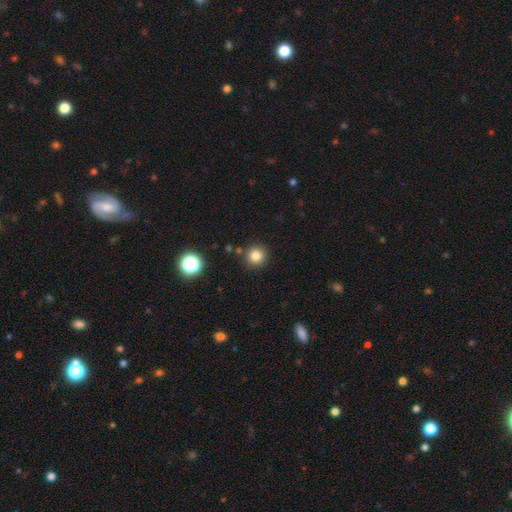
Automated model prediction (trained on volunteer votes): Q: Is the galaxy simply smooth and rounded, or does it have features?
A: smooth — 82%.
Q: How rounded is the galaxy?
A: round — 95%.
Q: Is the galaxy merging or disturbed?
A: none — 89%.